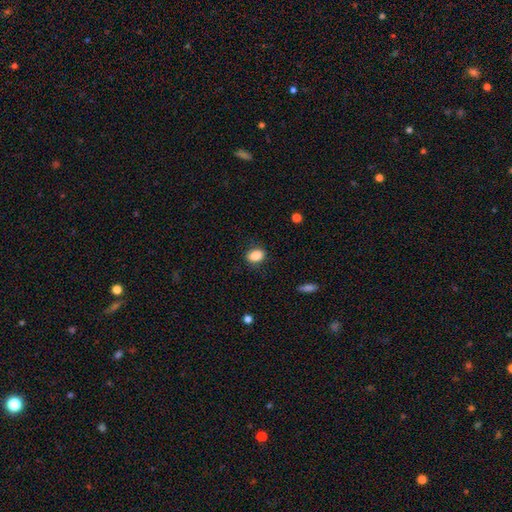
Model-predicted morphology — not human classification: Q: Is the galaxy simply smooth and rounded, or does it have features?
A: smooth — 88%.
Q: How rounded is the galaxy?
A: in between — 70%.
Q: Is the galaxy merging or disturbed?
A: none — 85%.